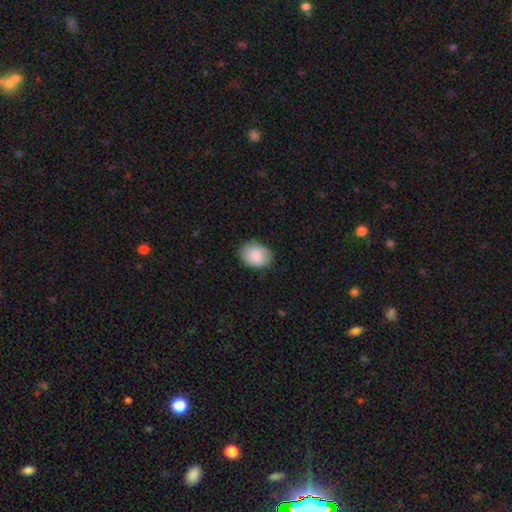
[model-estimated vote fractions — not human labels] Q: Smooth or featured?
A: smooth (85%); runner-up: featured or disk (8%)
Q: How rounded?
A: in between (61%); runner-up: round (39%)
Q: Merging?
A: none (78%); runner-up: minor disturbance (17%)